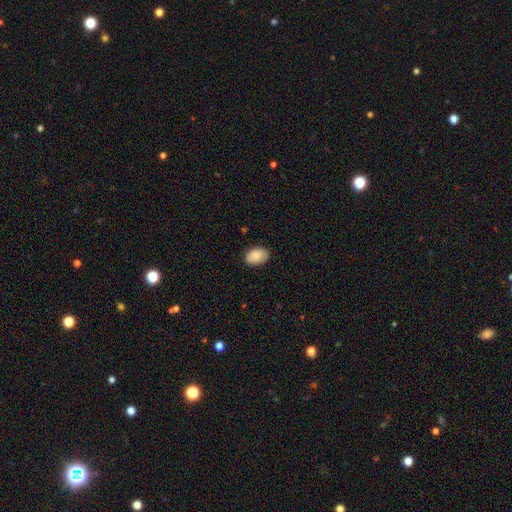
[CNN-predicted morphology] This appears to be a smooth galaxy with no disk features (88%) that is in between round and cigar-shaped (86%). Merging: none (83%).